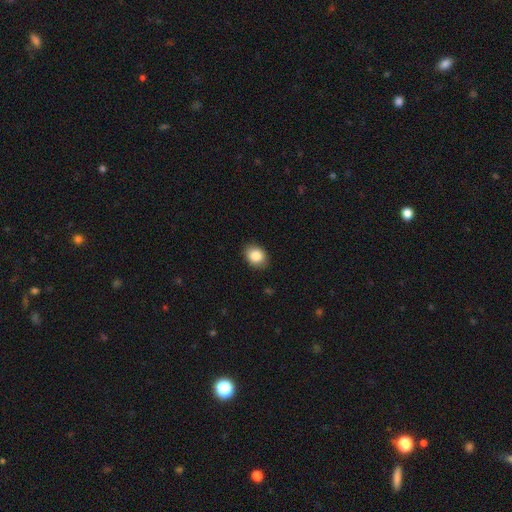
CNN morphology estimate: smooth 86%, star or artifact 8%, featured or disk 6%. Down the decision tree: how rounded — in between (61%); merging — none (86%).